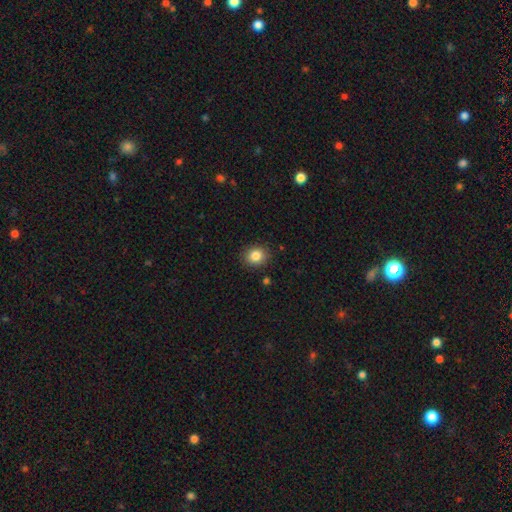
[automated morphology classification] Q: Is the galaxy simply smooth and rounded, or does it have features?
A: smooth — 84%.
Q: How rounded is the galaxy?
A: round — 72%.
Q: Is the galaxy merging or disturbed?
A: none — 89%.